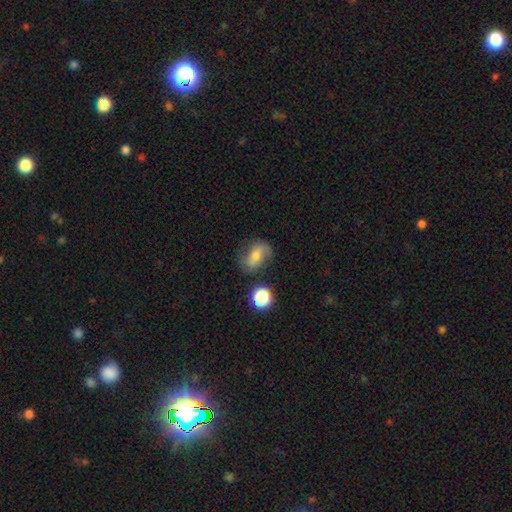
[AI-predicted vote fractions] Q: Smooth or featured?
A: smooth (50%); runner-up: featured or disk (37%)
Q: How rounded?
A: in between (70%); runner-up: round (27%)
Q: Merging?
A: none (67%); runner-up: minor disturbance (21%)